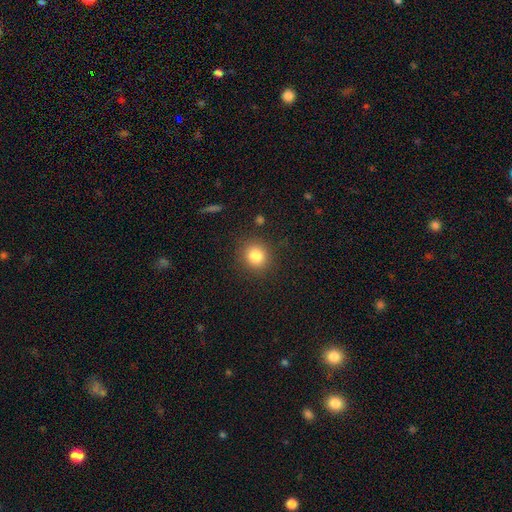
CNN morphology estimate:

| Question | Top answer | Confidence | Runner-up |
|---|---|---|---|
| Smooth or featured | smooth | 83% | star or artifact (11%) |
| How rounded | round | 85% | in between (14%) |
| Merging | none | 88% | minor disturbance (8%) |